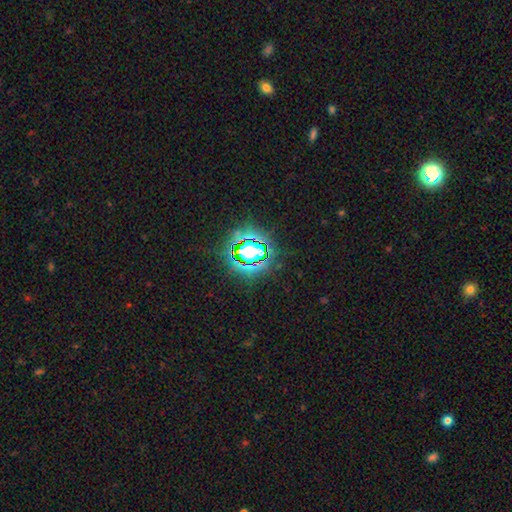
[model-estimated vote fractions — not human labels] This appears to be a star or artifact, not a galaxy (78%).